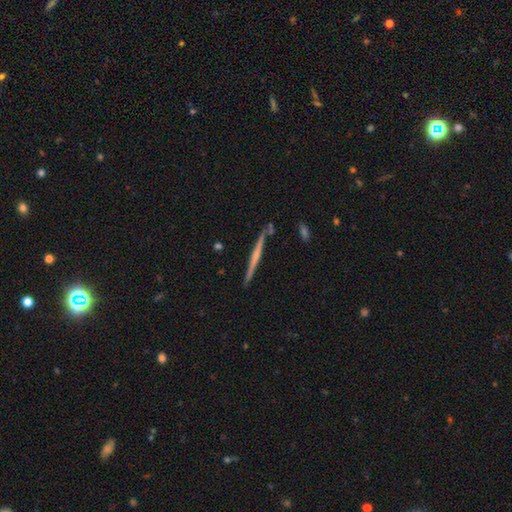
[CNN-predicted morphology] Smooth or featured: featured or disk — 65% (smooth — 30%)
Edge-on disk: yes — 98% (no — 2%)
Edge-on bulge: none — 64% (rounded — 27%)
Merging: none — 87% (minor disturbance — 8%)